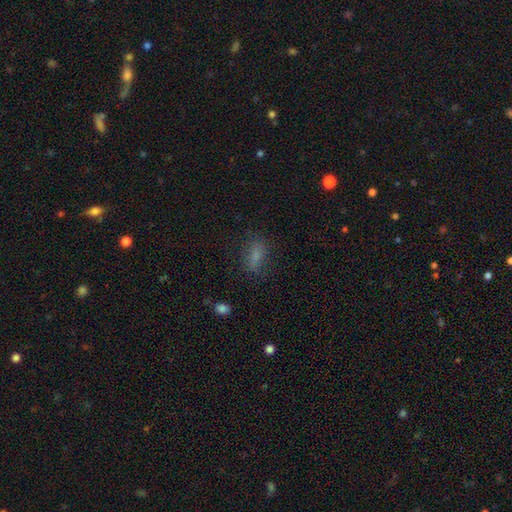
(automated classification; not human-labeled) Morphology: type=smooth (74%); roundness=in between (69%); merging=none (73%).